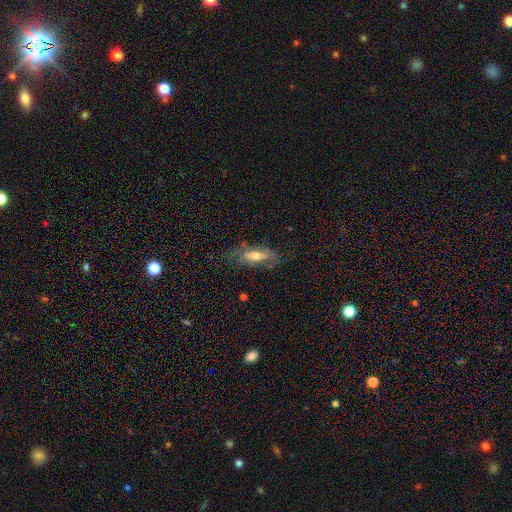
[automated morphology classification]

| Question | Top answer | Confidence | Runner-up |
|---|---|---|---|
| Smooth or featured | featured or disk | 55% | smooth (38%) |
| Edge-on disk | no | 57% | yes (43%) |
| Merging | none | 68% | minor disturbance (21%) |